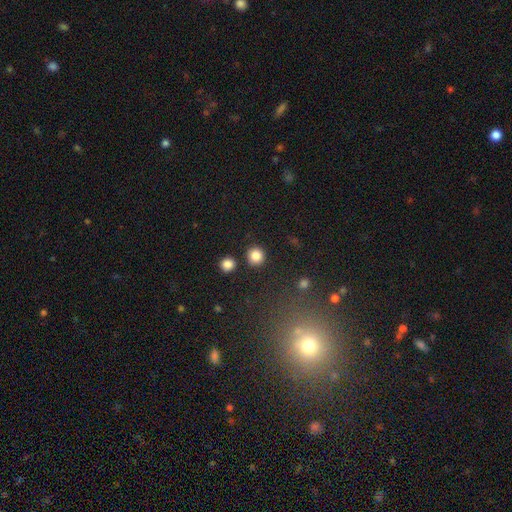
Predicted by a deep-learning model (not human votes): This appears to be a smooth galaxy with no disk features (85%) that is round (93%). Merging: none (87%).